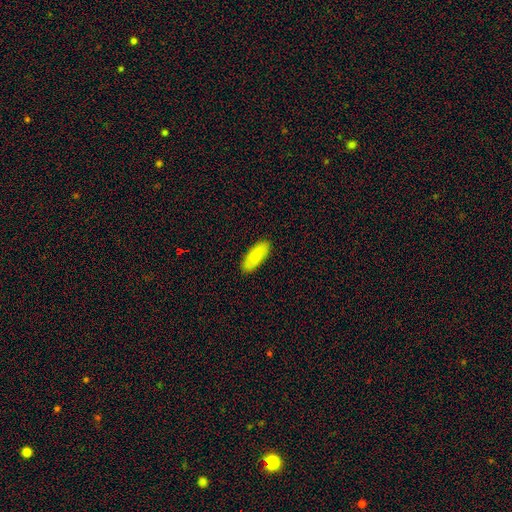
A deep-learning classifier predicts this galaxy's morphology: Smooth or featured? smooth (86%)
How rounded? in between (79%)
Merging? none (89%)